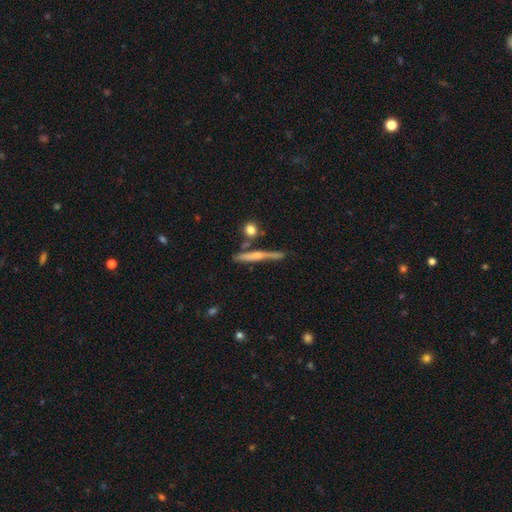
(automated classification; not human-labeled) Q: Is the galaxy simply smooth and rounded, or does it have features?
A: featured or disk — 53%.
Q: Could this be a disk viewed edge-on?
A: yes — 94%.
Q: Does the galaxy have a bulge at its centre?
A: rounded — 46%.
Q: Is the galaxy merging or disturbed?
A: none — 77%.